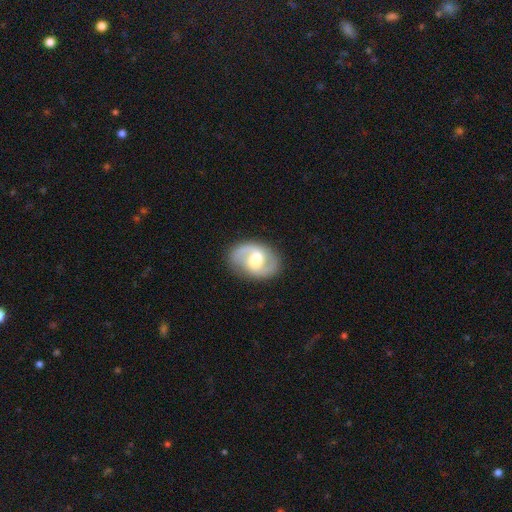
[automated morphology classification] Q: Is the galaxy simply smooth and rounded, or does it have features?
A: featured or disk — 79%.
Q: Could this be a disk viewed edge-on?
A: no — 97%.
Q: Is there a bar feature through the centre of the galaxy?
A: weak — 52%.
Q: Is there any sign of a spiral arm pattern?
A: yes — 90%.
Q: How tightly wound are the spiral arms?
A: medium — 54%.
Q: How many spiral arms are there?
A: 2 — 91%.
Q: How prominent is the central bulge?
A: moderate — 57%.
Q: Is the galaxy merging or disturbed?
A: none — 84%.